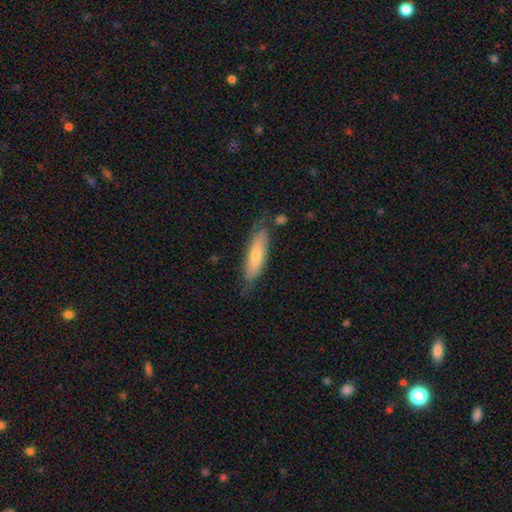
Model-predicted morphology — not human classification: Smooth or featured? Predicted: smooth (p=0.60). How rounded? Predicted: cigar-shaped (p=0.59). Merging? Predicted: none (p=0.70).